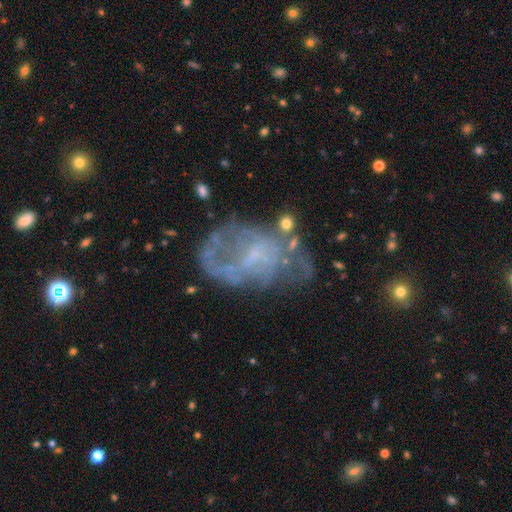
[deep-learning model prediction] Smooth or featured? Predicted: featured or disk (p=0.68). Edge-on disk? Predicted: no (p=0.96). Bar? Predicted: no (p=0.54). Spiral arms? Predicted: yes (p=0.58). Bulge size? Predicted: small (p=0.43). Merging? Predicted: none (p=0.43).